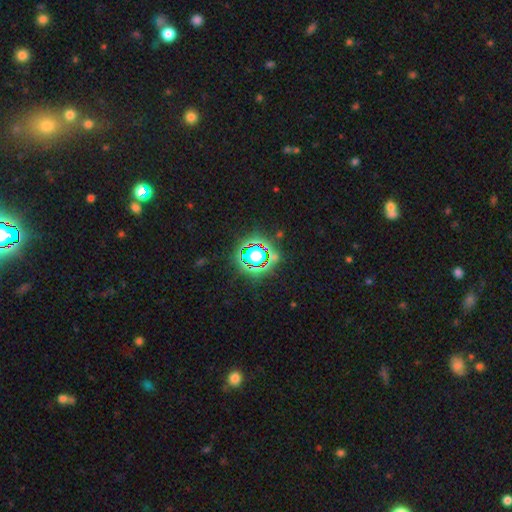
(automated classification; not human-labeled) smooth-or-featured: star or artifact: 66% | smooth: 22% | featured or disk: 12%